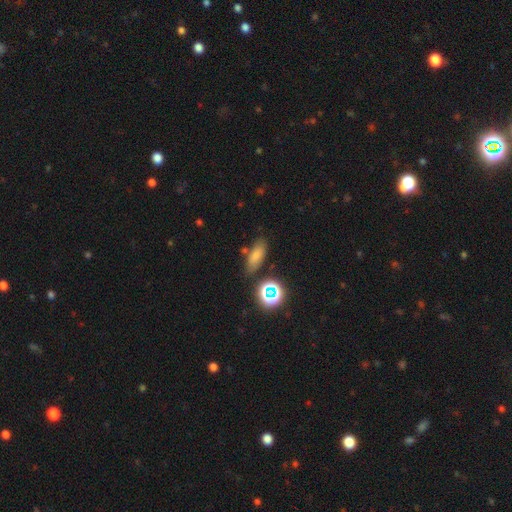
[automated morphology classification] A smooth galaxy with no disk features (70%) that is in between round and cigar-shaped (75%).

Vote fractions:
- Smooth or featured? smooth: 70% / star or artifact: 18% / featured or disk: 12%
- How rounded? in between: 75% / cigar-shaped: 17% / round: 8%
- Merging? none: 72% / minor disturbance: 16% / merger: 8% / major disturbance: 5%